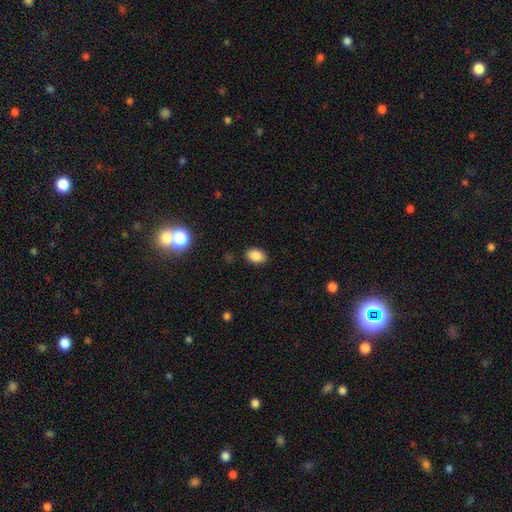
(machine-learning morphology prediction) Smooth or featured: smooth — 86% (star or artifact — 10%)
How rounded: in between — 82% (round — 17%)
Merging: none — 87% (minor disturbance — 9%)